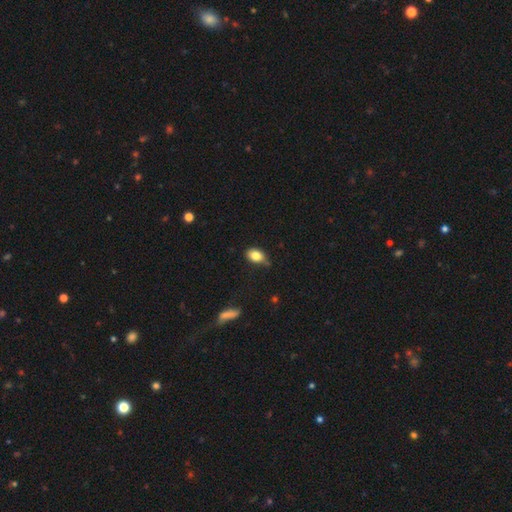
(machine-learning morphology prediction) smooth-or-featured: smooth: 81% | featured or disk: 10% | star or artifact: 9%
  how-rounded: in between: 81% | round: 17% | cigar-shaped: 2%
  merging: none: 59% | minor disturbance: 31% | major disturbance: 6% | merger: 4%